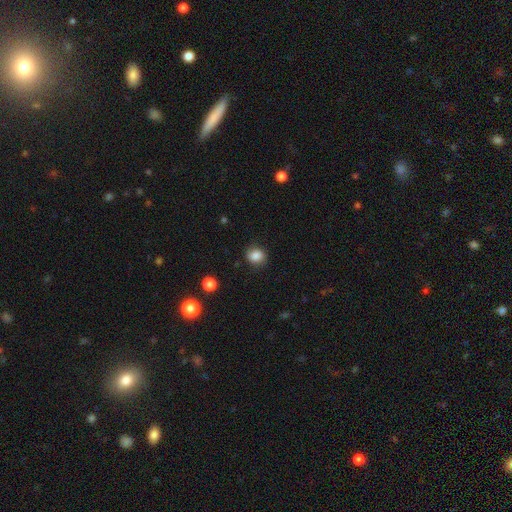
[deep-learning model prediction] The model was most divided on "how rounded": round: 73%, in between: 26%, cigar-shaped: 1%. More confident: merging — none (85%); smooth or featured — smooth (85%).